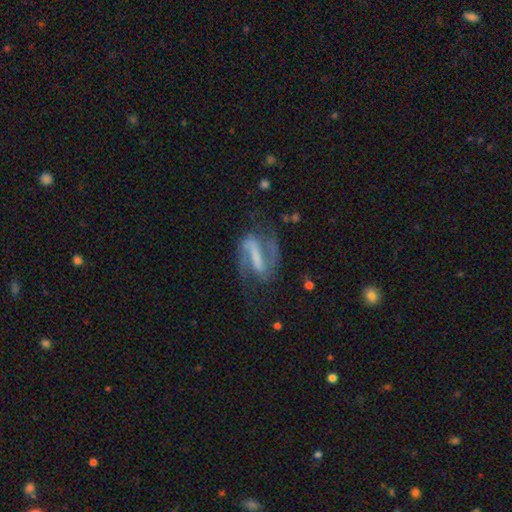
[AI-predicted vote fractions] Q: Smooth or featured?
A: featured or disk (85%); runner-up: smooth (8%)
Q: Edge-on disk?
A: no (94%); runner-up: yes (6%)
Q: Bar?
A: strong (70%); runner-up: weak (22%)
Q: Spiral arms?
A: yes (93%); runner-up: no (7%)
Q: Spiral winding?
A: medium (51%); runner-up: loose (29%)
Q: Spiral arm count?
A: 2 (90%); runner-up: can't tell (4%)
Q: Bulge size?
A: none (52%); runner-up: small (22%)
Q: Merging?
A: none (67%); runner-up: minor disturbance (17%)